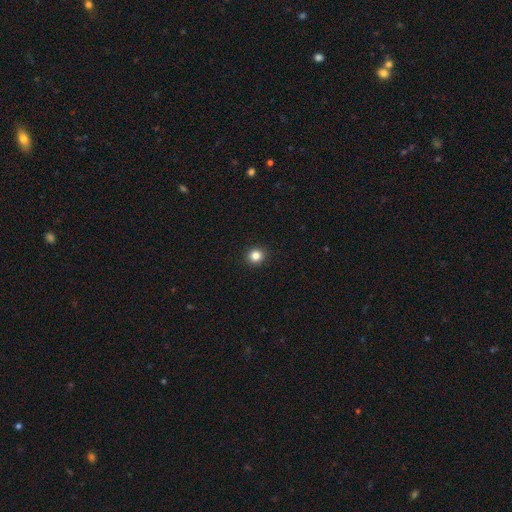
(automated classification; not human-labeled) The model was most divided on "smooth or featured": smooth: 84%, star or artifact: 12%, featured or disk: 5%. More confident: merging — none (93%); how rounded — round (89%).